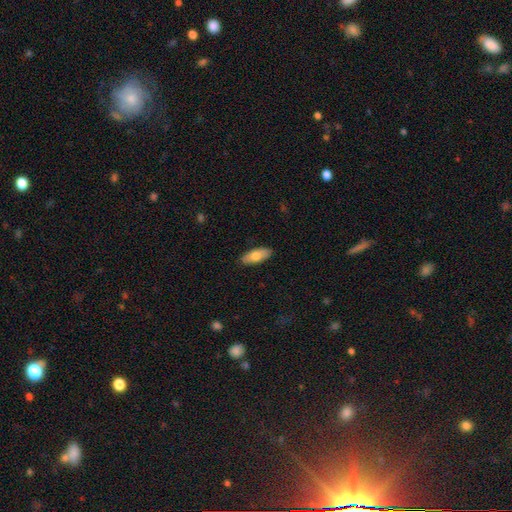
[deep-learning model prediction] Overall: smooth (74%). How rounded: in between (80%). Merging: none (89%).